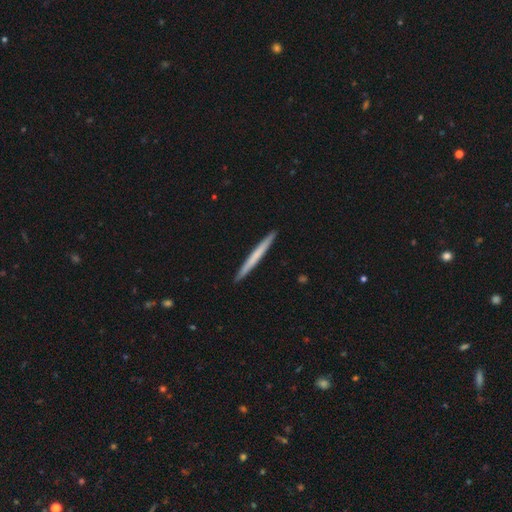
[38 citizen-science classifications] Volunteers were most divided on "smooth or featured": smooth: 53%, featured or disk: 42%, star or artifact: 5%. More confident: merging — none (97%); how rounded — cigar-shaped (90%).